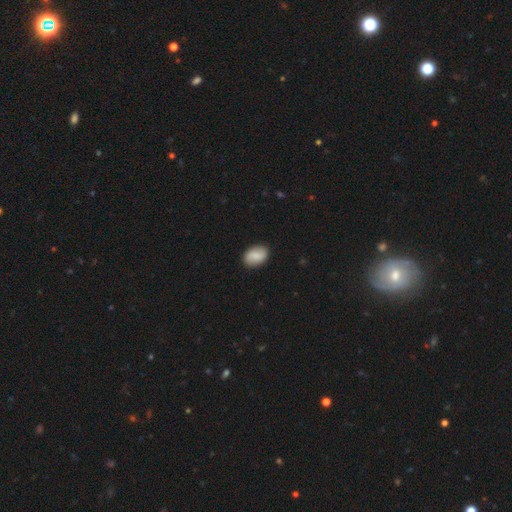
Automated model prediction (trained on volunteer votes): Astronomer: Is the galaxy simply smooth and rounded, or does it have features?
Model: smooth — 72%.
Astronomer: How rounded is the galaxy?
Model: in between — 84%.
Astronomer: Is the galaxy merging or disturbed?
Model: none — 87%.